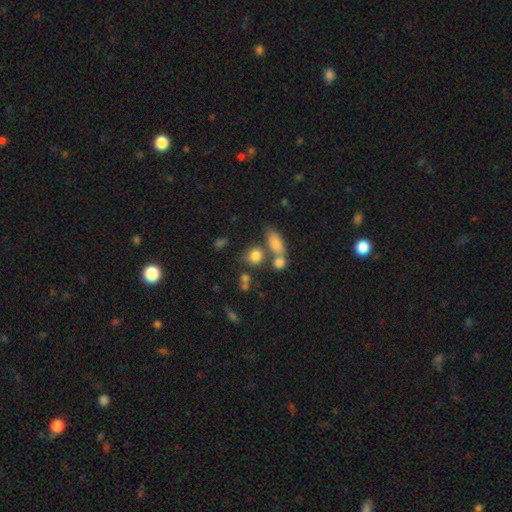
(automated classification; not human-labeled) Smooth or featured? smooth (79%)
How rounded? round (67%)
Merging? none (52%)